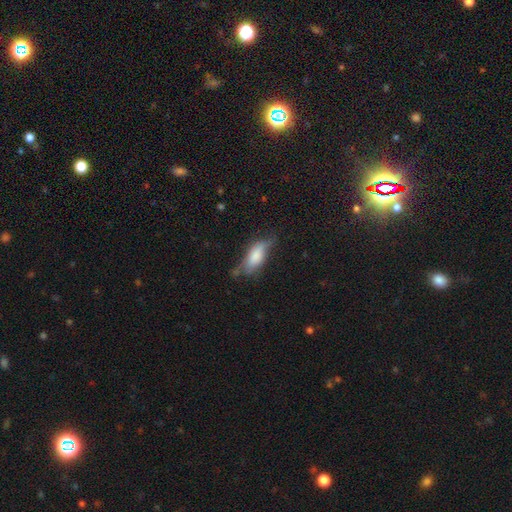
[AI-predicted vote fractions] This appears to be a smooth galaxy with no disk features (70%) that is in between round and cigar-shaped (75%). Merging: none (47%).